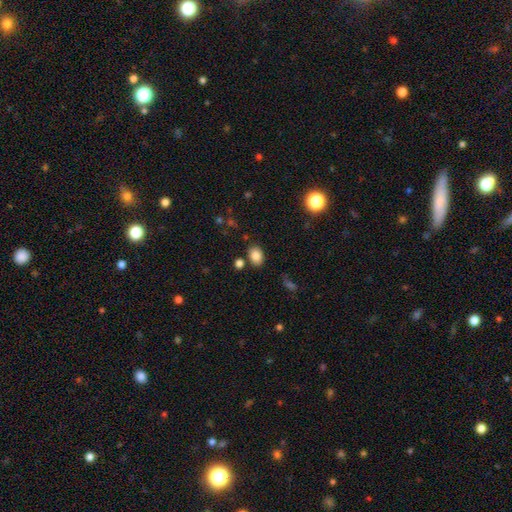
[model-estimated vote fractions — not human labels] smooth 84%, star or artifact 10%, featured or disk 6%. Down the decision tree: how rounded — in between (73%); merging — none (80%).